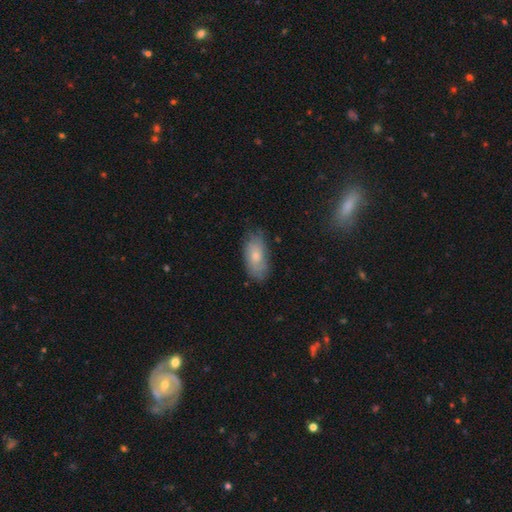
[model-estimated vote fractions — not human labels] Overall: smooth (64%; featured or disk 29%). How rounded: in between (91%). Merging: none (72%).